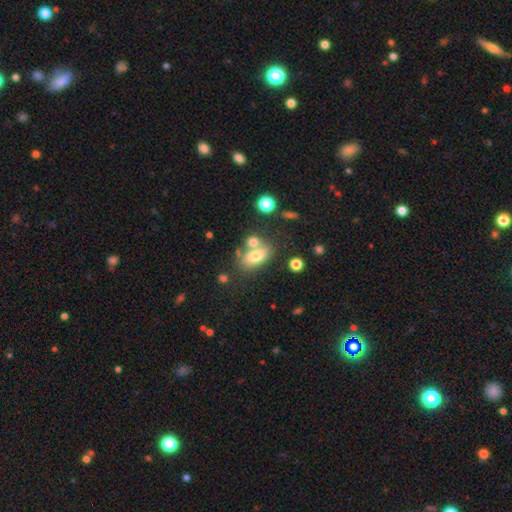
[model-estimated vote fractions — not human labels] smooth-or-featured: smooth: 70% | featured or disk: 19% | star or artifact: 10%
  how-rounded: in between: 83% | round: 13% | cigar-shaped: 4%
  merging: none: 51% | merger: 30% | minor disturbance: 13% | major disturbance: 6%